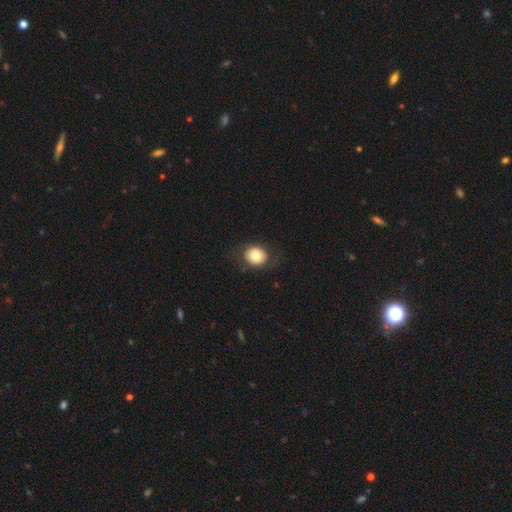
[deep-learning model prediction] Morphology: type=smooth (76%); roundness=round (74%); merging=none (83%).